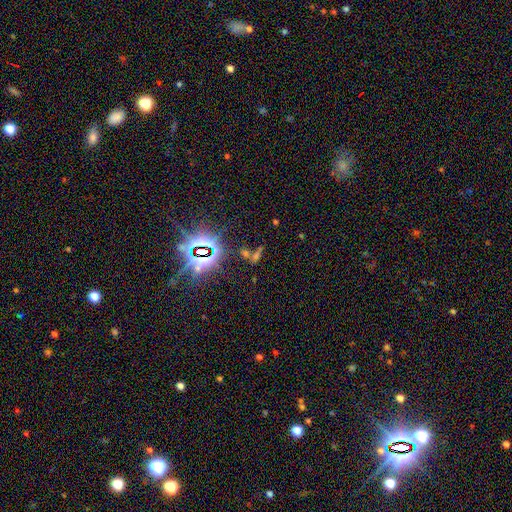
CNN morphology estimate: Q: Smooth or featured?
A: star or artifact (67%); runner-up: smooth (20%)